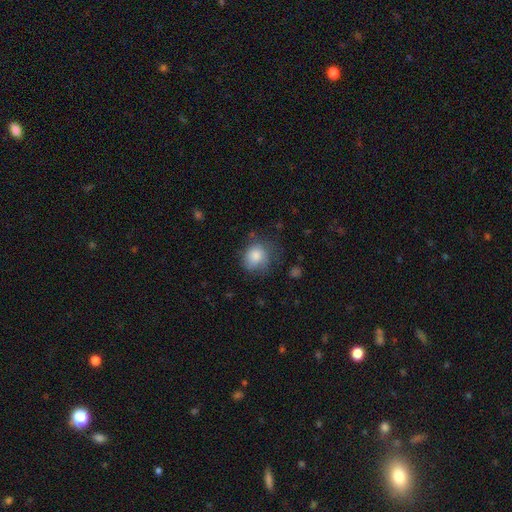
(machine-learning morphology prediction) A smooth galaxy with no disk features (82%) that is round (70%). Merging: none (54%).